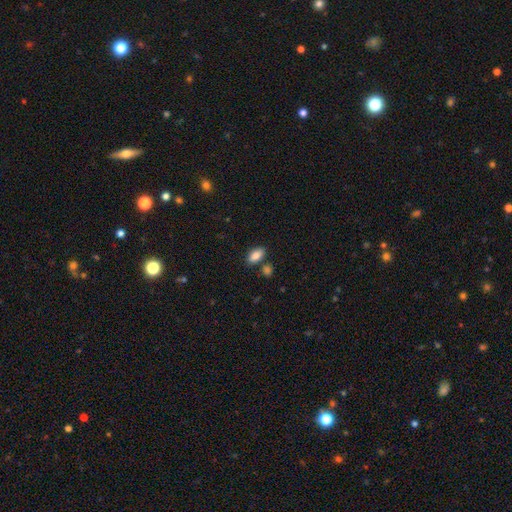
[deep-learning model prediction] Smooth or featured? smooth (86%)
How rounded? in between (91%)
Merging? none (77%)